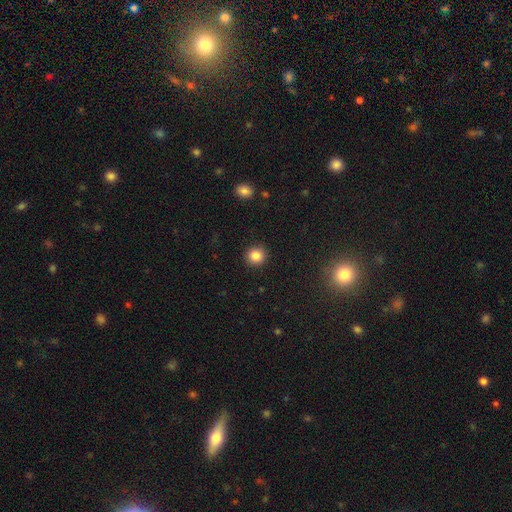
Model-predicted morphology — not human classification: This appears to be a smooth galaxy with no disk features (85%) that is round (92%). Merging: none (92%).